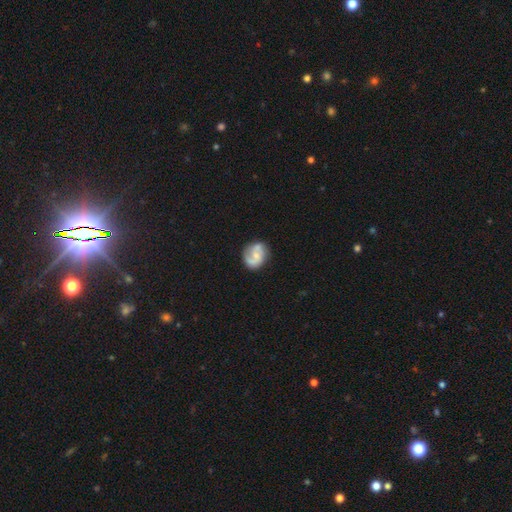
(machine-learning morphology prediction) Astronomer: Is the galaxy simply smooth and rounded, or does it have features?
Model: featured or disk — 69%.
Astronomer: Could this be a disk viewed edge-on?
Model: no — 98%.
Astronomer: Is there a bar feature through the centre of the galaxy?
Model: no — 57% (runner-up: weak, 36%).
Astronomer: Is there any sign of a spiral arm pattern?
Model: yes — 91%.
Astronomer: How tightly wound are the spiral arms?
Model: medium — 46% (runner-up: loose, 30%).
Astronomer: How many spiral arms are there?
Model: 2 — 81%.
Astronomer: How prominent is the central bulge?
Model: small — 54% (runner-up: moderate, 34%).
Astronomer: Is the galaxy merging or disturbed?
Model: none — 72%.